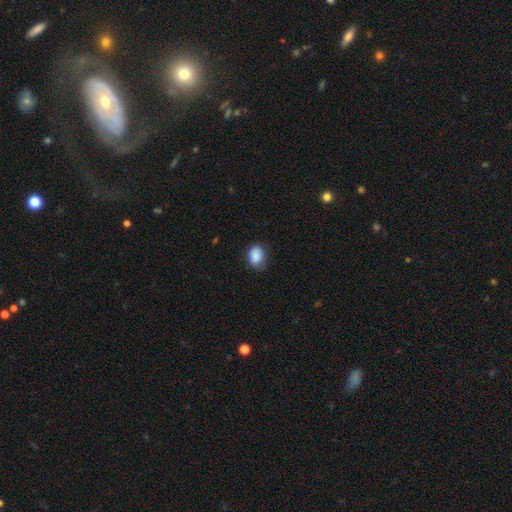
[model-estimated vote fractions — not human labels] Overall: smooth (89%). How rounded: in between (73%). Merging: none (75%).